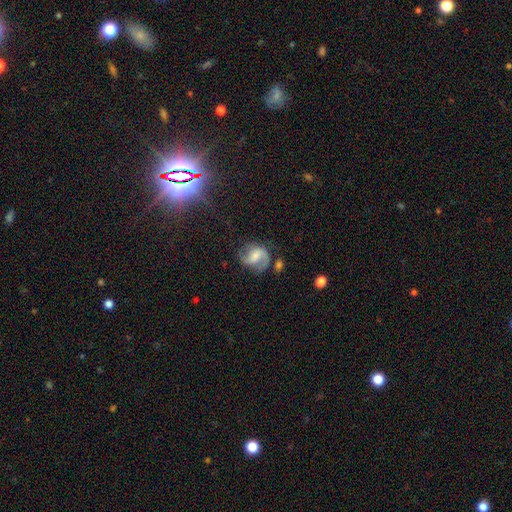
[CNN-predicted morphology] Smooth or featured? Predicted: featured or disk (p=0.68). Edge-on disk? Predicted: no (p=0.98). Bar? Predicted: weak (p=0.46). Spiral arms? Predicted: yes (p=0.91). Spiral winding? Predicted: medium (p=0.46). Spiral arm count? Predicted: 2 (p=0.77). Bulge size? Predicted: moderate (p=0.35, tied with small). Merging? Predicted: none (p=0.57).